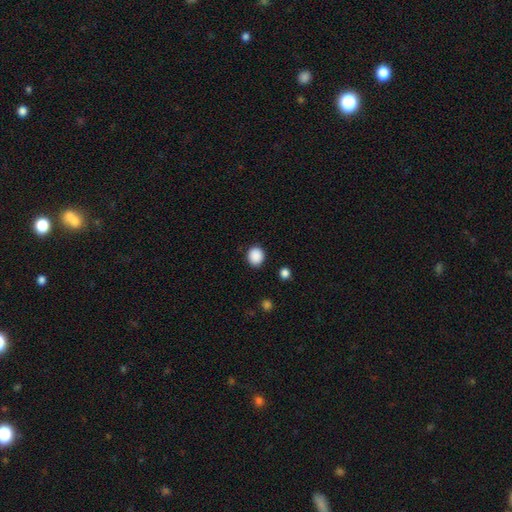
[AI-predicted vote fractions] smooth 89%, star or artifact 9%, featured or disk 2%. Down the decision tree: how rounded — round (76%); merging — none (89%).